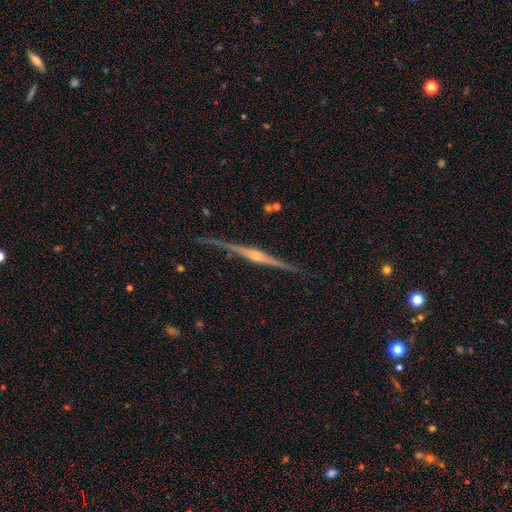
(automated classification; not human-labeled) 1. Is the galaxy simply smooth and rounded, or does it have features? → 88% featured or disk, 7% smooth, 5% star or artifact.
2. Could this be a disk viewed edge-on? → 98% yes, 2% no.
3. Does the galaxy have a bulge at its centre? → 83% rounded, 10% boxy, 8% none.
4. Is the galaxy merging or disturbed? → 87% none, 10% minor disturbance, 2% major disturbance, 2% merger.